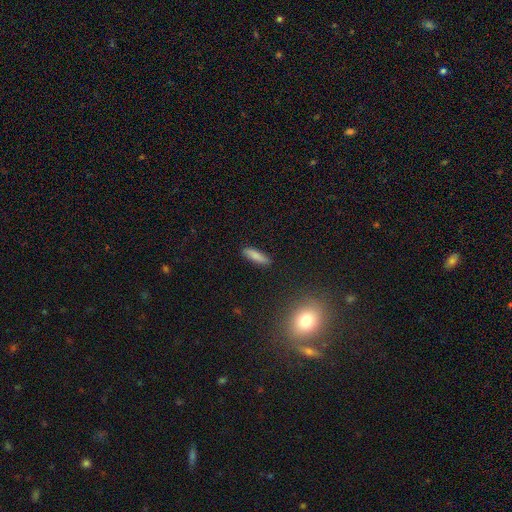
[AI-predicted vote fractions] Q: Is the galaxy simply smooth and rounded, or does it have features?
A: smooth — 82%.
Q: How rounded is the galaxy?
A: cigar-shaped — 66%.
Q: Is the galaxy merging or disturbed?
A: none — 88%.